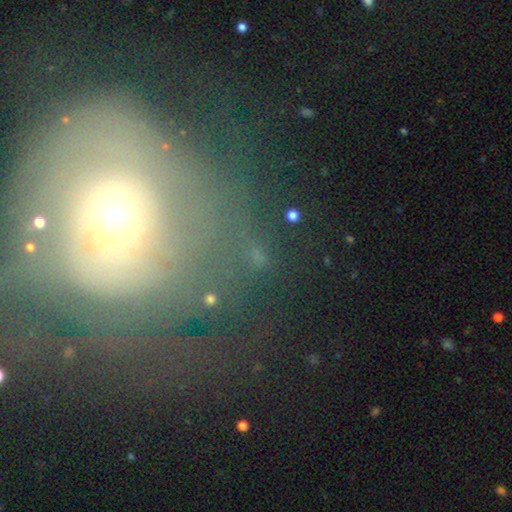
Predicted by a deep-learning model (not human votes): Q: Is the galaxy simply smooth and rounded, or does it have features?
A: star or artifact — 53%.